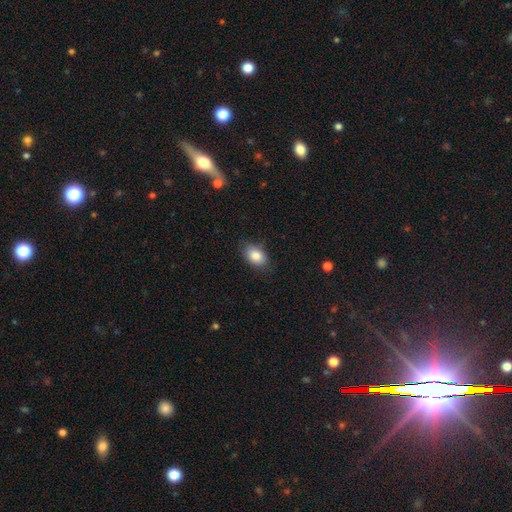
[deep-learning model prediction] A smooth galaxy with no disk features (84%) that is in between round and cigar-shaped (87%). Merging: none (81%).